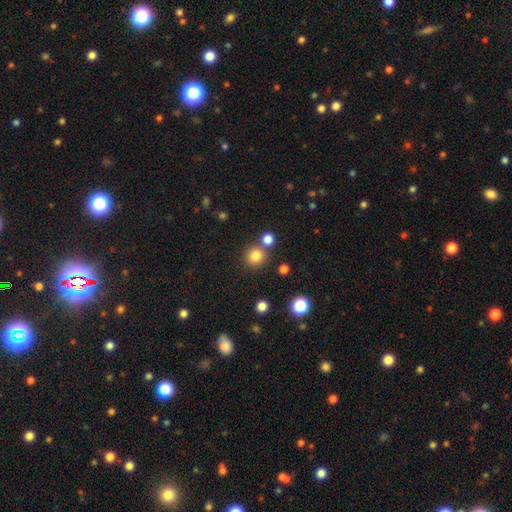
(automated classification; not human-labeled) This appears to be a smooth galaxy with no disk features (82%) that is round (92%). Merging: none (74%).